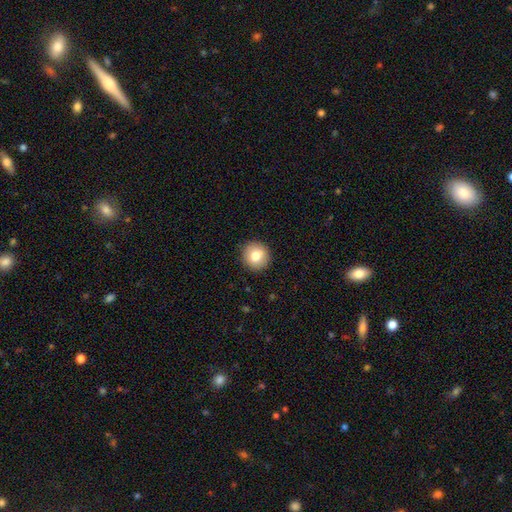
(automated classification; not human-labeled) A smooth galaxy with no disk features (80%) that is round (93%). Merging: none (91%).